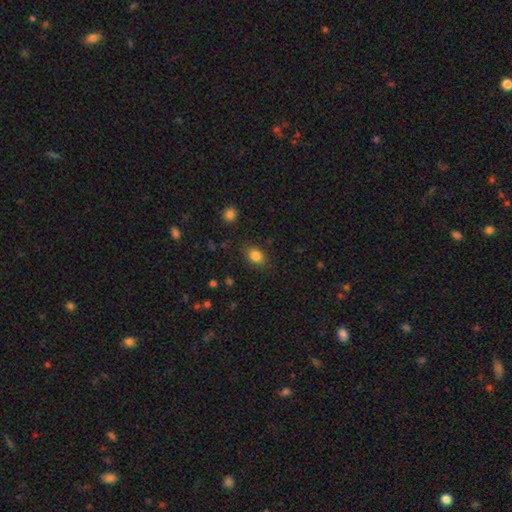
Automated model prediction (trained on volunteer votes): Q: Smooth or featured?
A: smooth (84%); runner-up: star or artifact (10%)
Q: How rounded?
A: in between (69%); runner-up: round (29%)
Q: Merging?
A: none (81%); runner-up: minor disturbance (13%)